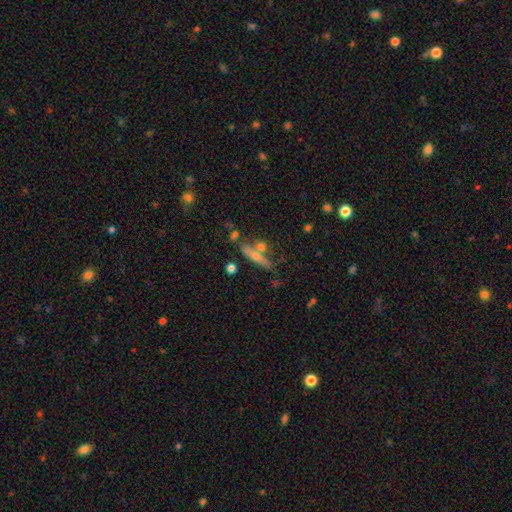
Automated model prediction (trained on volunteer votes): Morphology: type=featured or disk (53%); edge-on=yes (86%); merging=none (65%).